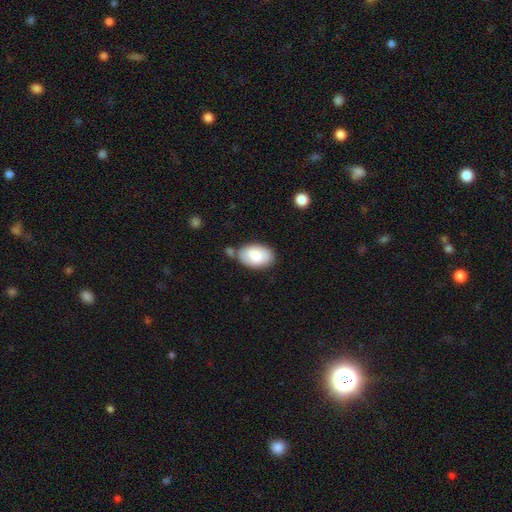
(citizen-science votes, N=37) This is clearly a smooth galaxy (89%). How rounded: clearly in between (100%). Merging: possibly none (57%).